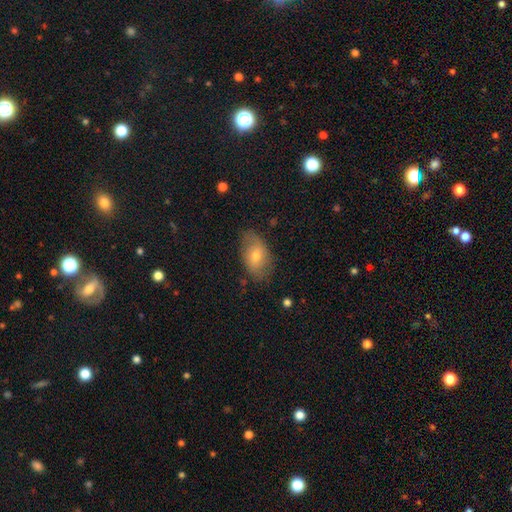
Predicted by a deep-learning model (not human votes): Q: Smooth or featured?
A: smooth (60%); runner-up: featured or disk (33%)
Q: How rounded?
A: in between (90%); runner-up: round (8%)
Q: Merging?
A: none (73%); runner-up: minor disturbance (20%)